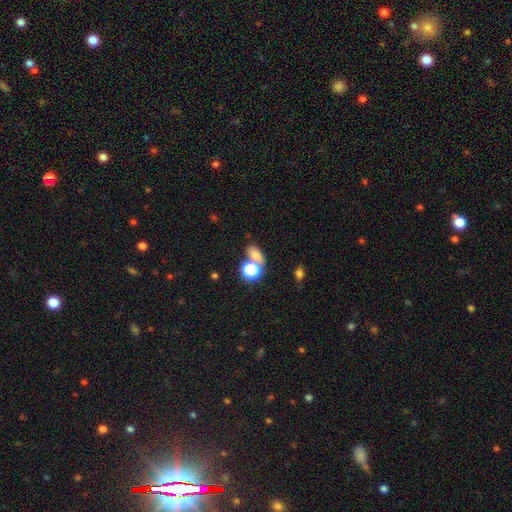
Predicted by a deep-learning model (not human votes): Smooth or featured?
  - smooth: 68% *
  - star or artifact: 23%
  - featured or disk: 9%
How rounded?
  - in between: 67% *
  - round: 29%
  - cigar-shaped: 4%
Merging?
  - none: 53% *
  - merger: 31%
  - minor disturbance: 11%
  - major disturbance: 6%